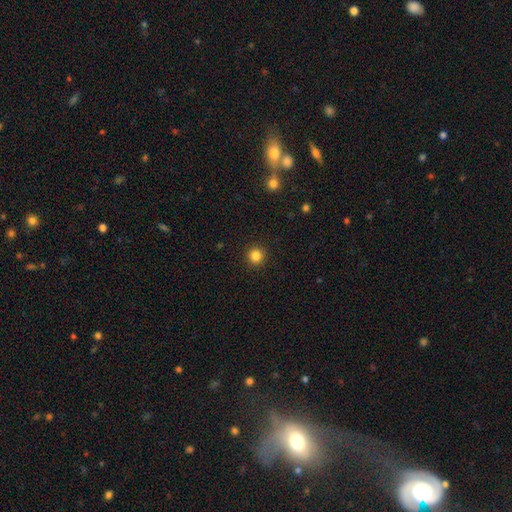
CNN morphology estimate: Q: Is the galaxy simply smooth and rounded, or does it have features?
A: smooth — 84%.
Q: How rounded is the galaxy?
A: round — 94%.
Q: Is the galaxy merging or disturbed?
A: none — 92%.